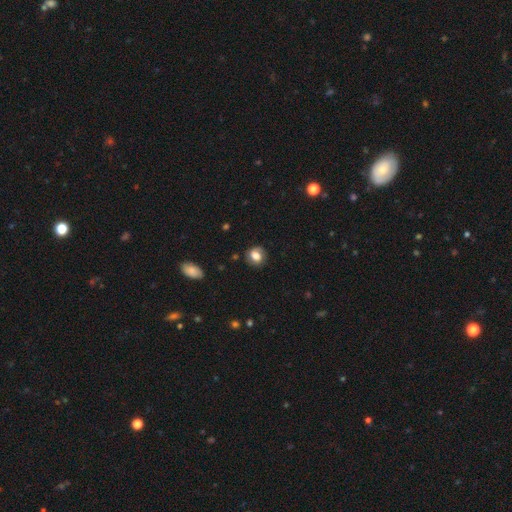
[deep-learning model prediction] Smooth or featured: smooth — 73% (featured or disk — 18%)
How rounded: round — 71% (in between — 28%)
Merging: none — 78% (minor disturbance — 16%)